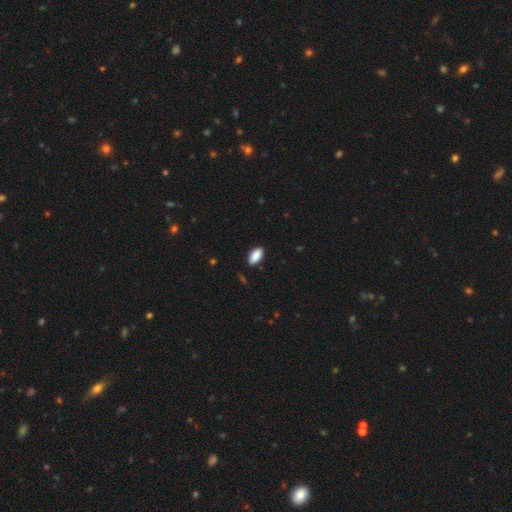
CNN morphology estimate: A smooth galaxy with no disk features (90%) that is in between round and cigar-shaped (92%). Merging: none (86%).